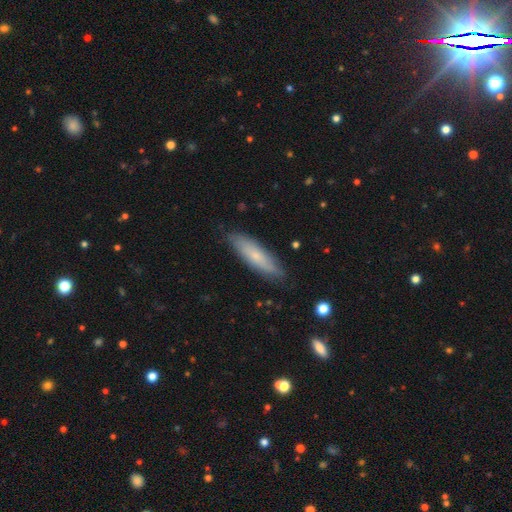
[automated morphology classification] This appears to be a smooth galaxy with no disk features (63%) that is cigar-shaped (63%). Merging: none (82%).